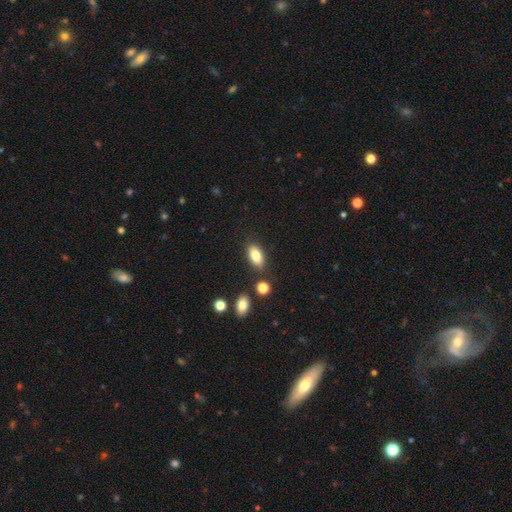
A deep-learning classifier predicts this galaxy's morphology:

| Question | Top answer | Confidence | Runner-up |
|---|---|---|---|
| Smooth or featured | smooth | 81% | featured or disk (11%) |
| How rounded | in between | 88% | cigar-shaped (8%) |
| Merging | none | 82% | minor disturbance (11%) |